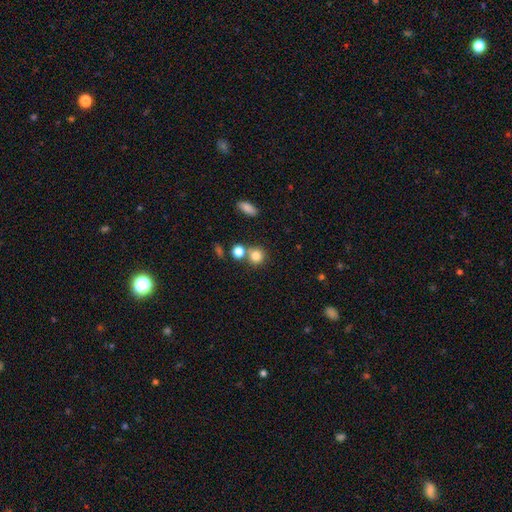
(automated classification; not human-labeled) Smooth or featured: smooth — 81% (star or artifact — 12%)
How rounded: round — 87% (in between — 12%)
Merging: none — 62% (merger — 26%)